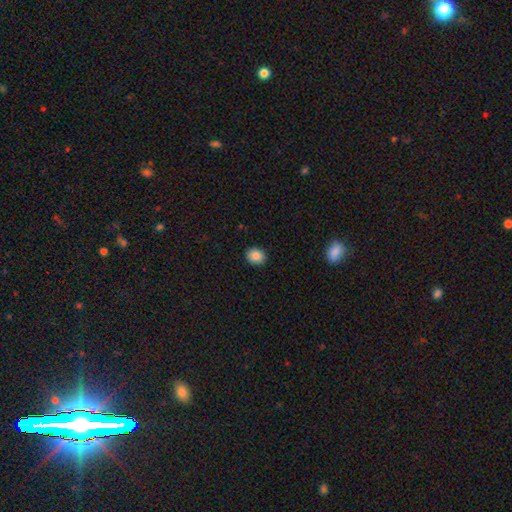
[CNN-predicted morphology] This appears to be a smooth galaxy with no disk features (86%) that is round (53%). Merging: none (91%).